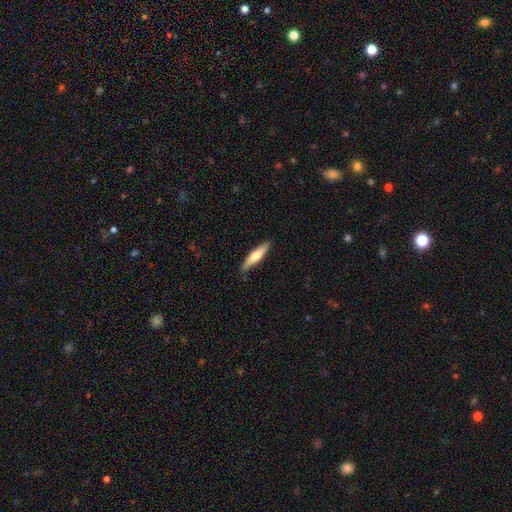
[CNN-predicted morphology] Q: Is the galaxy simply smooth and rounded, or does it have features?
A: smooth — 54%.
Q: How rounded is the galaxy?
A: cigar-shaped — 80%.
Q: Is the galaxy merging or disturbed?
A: none — 85%.